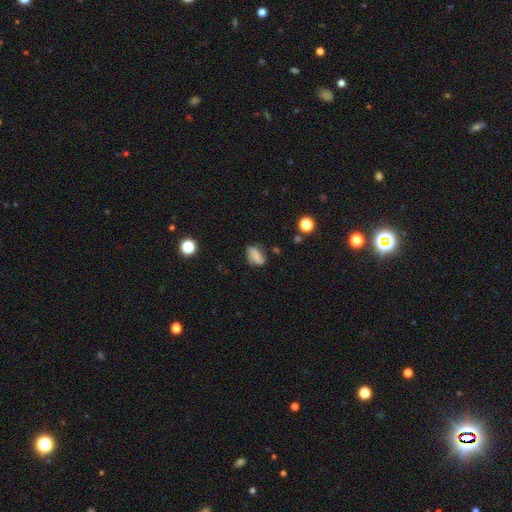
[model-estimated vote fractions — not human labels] Smooth or featured: smooth — 62% (featured or disk — 26%)
How rounded: in between — 84% (round — 12%)
Merging: none — 64% (minor disturbance — 26%)